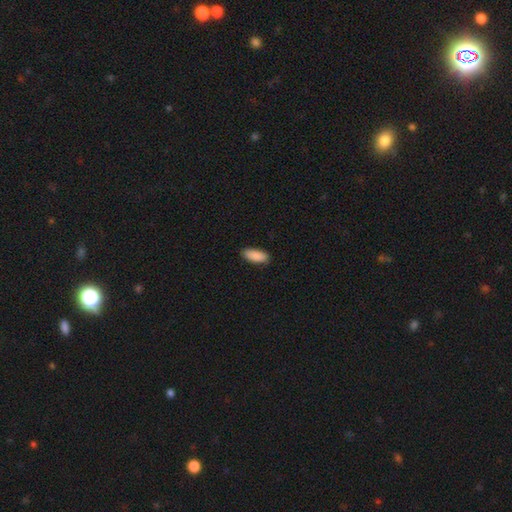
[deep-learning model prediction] The model was most divided on "how rounded": in between: 83%, cigar-shaped: 15%, round: 2%. More confident: smooth or featured — smooth (91%); merging — none (89%).